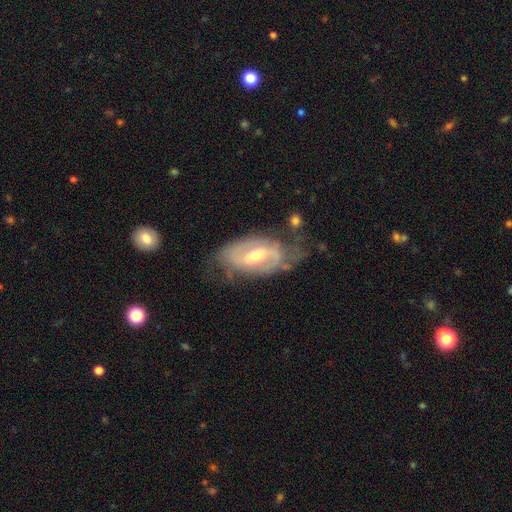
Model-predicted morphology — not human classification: Smooth or featured? Predicted: featured or disk (p=0.82). Edge-on disk? Predicted: no (p=0.94). Bar? Predicted: weak (p=0.45). Spiral arms? Predicted: yes (p=0.85). Spiral winding? Predicted: medium (p=0.42). Spiral arm count? Predicted: 2 (p=0.75). Bulge size? Predicted: moderate (p=0.61). Merging? Predicted: none (p=0.58).